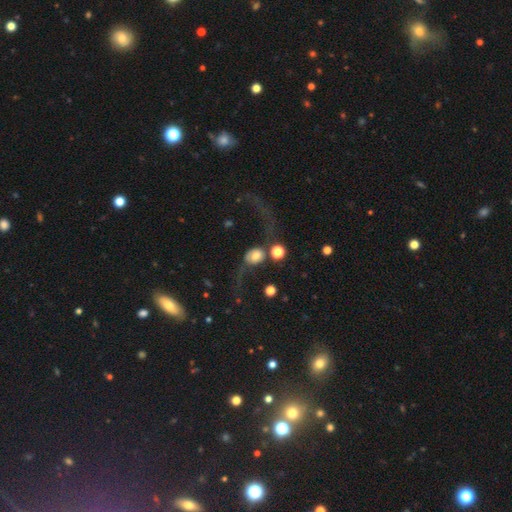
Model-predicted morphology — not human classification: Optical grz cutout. It shows a smooth galaxy with no disk features (52%) that is round (63%). Merging: major disturbance (38%).